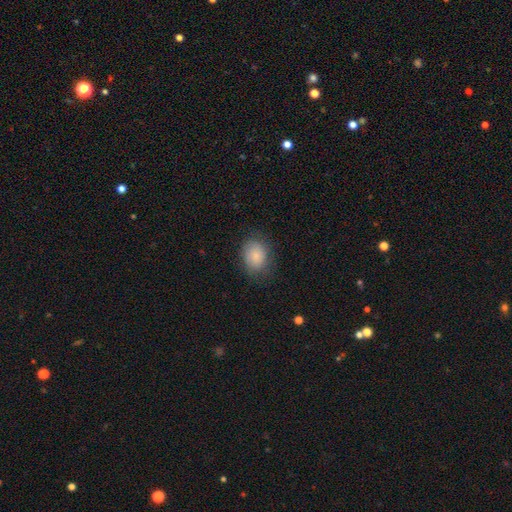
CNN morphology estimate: type=smooth (84%); roundness=in between (55%); merging=none (75%).